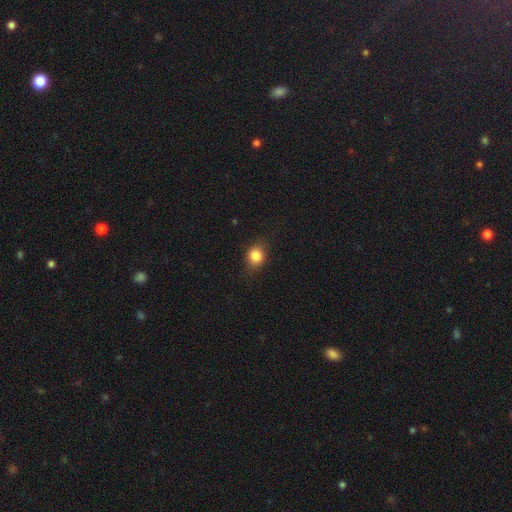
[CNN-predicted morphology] smooth-or-featured: smooth: 83% | star or artifact: 10% | featured or disk: 7%
  how-rounded: round: 62% | in between: 36% | cigar-shaped: 2%
  merging: none: 79% | minor disturbance: 16% | major disturbance: 4% | merger: 1%